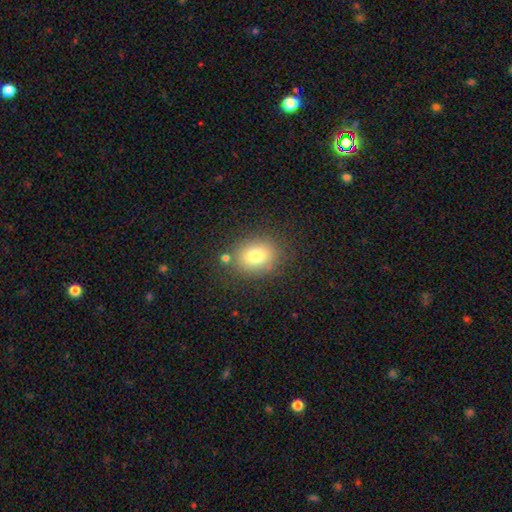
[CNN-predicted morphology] The model was most divided on "how rounded": in between: 55%, round: 44%, cigar-shaped: 1%. More confident: merging — none (80%); smooth or featured — smooth (78%).